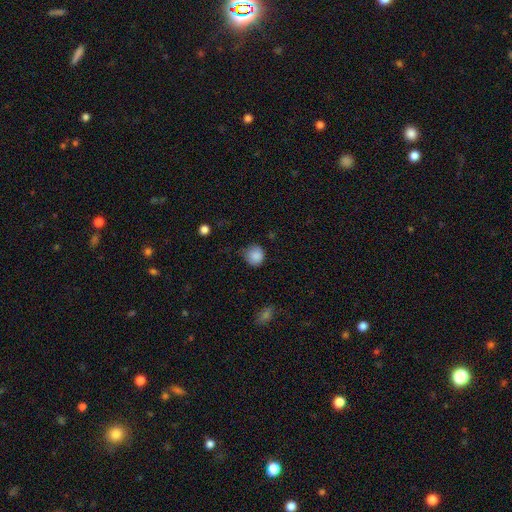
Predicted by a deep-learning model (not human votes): Smooth or featured: smooth — 87% (star or artifact — 8%)
How rounded: round — 89% (in between — 10%)
Merging: none — 65% (minor disturbance — 27%)